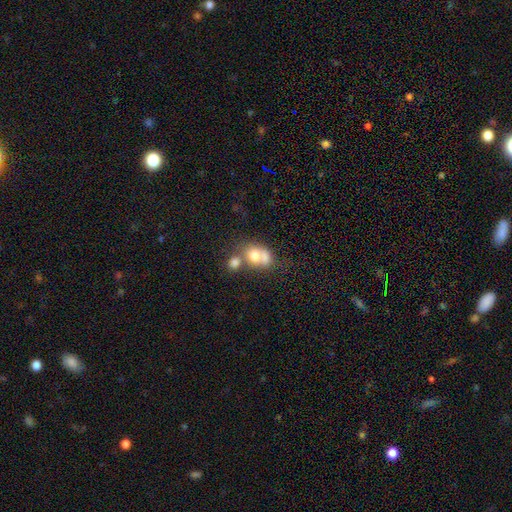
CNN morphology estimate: A smooth galaxy with no disk features (68%) that is round (52%).

Vote fractions:
- Smooth or featured? smooth: 68% / featured or disk: 21% / star or artifact: 10%
- How rounded? round: 52% / in between: 46% / cigar-shaped: 1%
- Merging? merger: 61% / none: 24% / minor disturbance: 8% / major disturbance: 6%